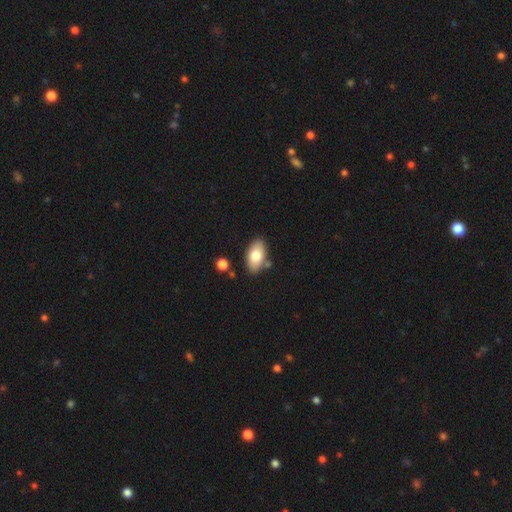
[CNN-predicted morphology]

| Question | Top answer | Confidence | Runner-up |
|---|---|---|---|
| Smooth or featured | smooth | 78% | featured or disk (16%) |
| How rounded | in between | 94% | round (4%) |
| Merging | none | 79% | minor disturbance (12%) |